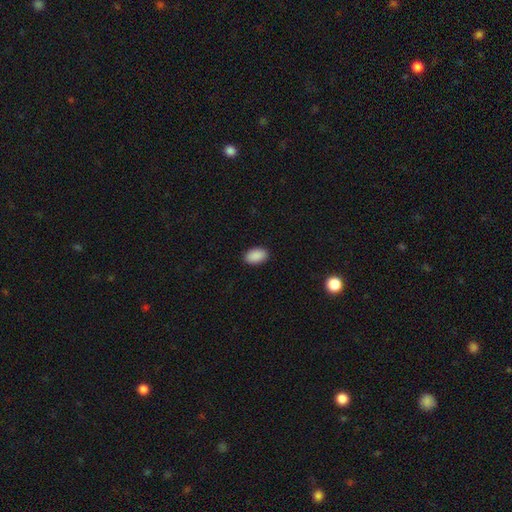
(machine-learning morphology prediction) type=smooth (91%); roundness=in between (93%); merging=none (90%).